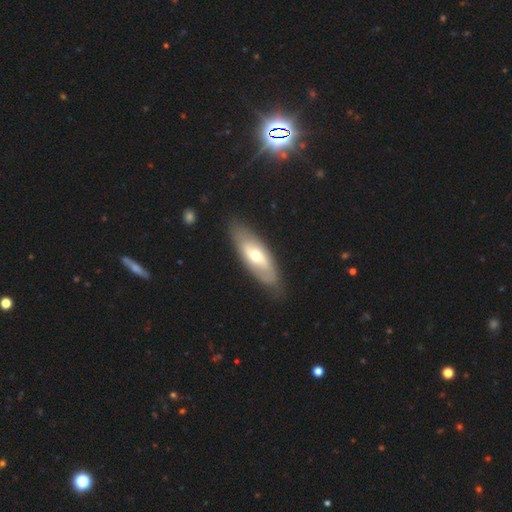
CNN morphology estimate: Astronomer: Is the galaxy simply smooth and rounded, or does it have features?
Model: featured or disk — 56% (runner-up: smooth, 39%).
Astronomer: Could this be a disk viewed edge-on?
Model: no — 78%.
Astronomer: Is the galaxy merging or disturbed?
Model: none — 82%.